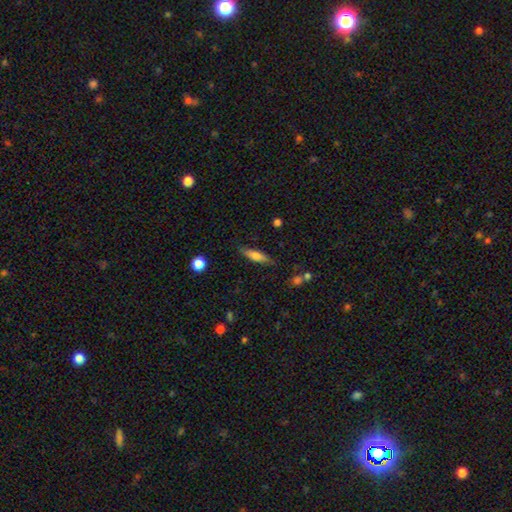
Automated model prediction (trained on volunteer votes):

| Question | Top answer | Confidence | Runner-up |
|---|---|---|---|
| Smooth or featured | smooth | 66% | featured or disk (27%) |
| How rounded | cigar-shaped | 71% | in between (27%) |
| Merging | none | 83% | minor disturbance (13%) |